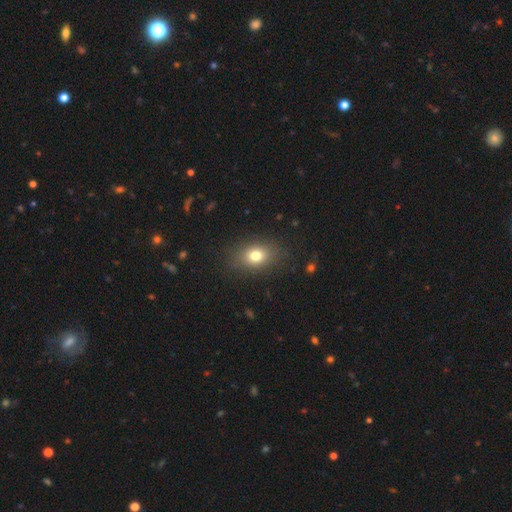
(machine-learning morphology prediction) smooth_or_featured: smooth (p=0.77) [alt: star or artifact p=0.12]
how_rounded: in between (p=0.67) [alt: round p=0.32]
merging: none (p=0.84) [alt: minor disturbance p=0.10]